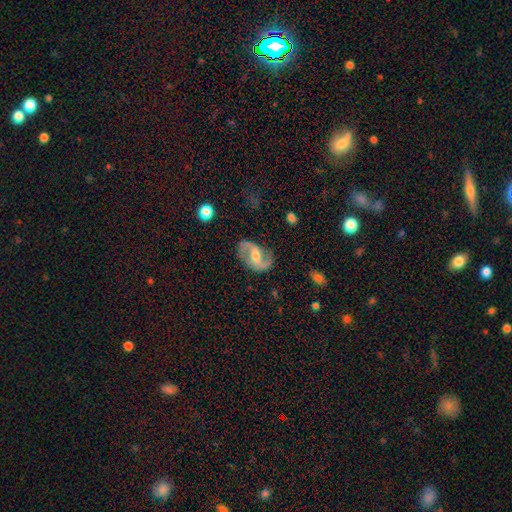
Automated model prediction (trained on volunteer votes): A featured or disk galaxy (83%) with a weak bar (46%), 2 (91%) loose (45%) spiral arms (93%) and a moderate central bulge (61%).

Vote fractions:
- Smooth or featured? featured or disk: 83% / smooth: 12% / star or artifact: 6%
- Edge-on disk? no: 97% / yes: 3%
- Bar? weak: 46% / strong: 33% / no: 22%
- Spiral arms? yes: 93% / no: 7%
- Spiral winding? loose: 45% / medium: 42% / tight: 13%
- Spiral arm count? 2: 91% / can't tell: 3% / 1: 3% / 3: 1% / 4: 1% / more than 4: 1%
- Bulge size? moderate: 61% / small: 30% / large: 5% / none: 3% / dominant: 1%
- Merging? none: 78% / minor disturbance: 14% / major disturbance: 6% / merger: 2%